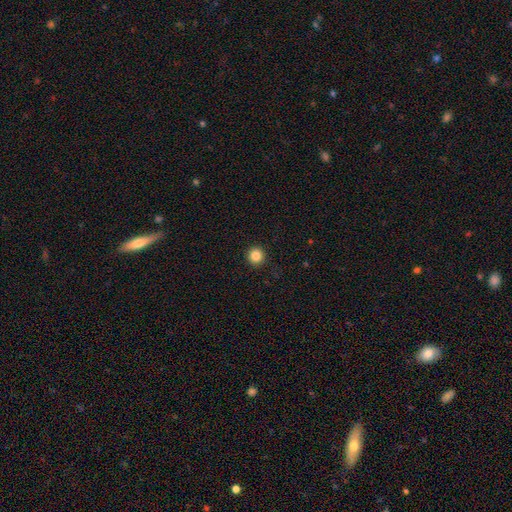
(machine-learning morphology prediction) Overall: smooth (85%). How rounded: round (95%). Merging: none (93%).